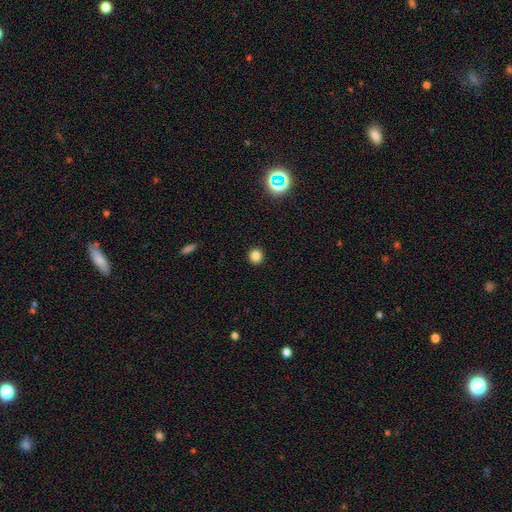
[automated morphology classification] Overall: smooth (82%). How rounded: round (92%). Merging: none (93%).